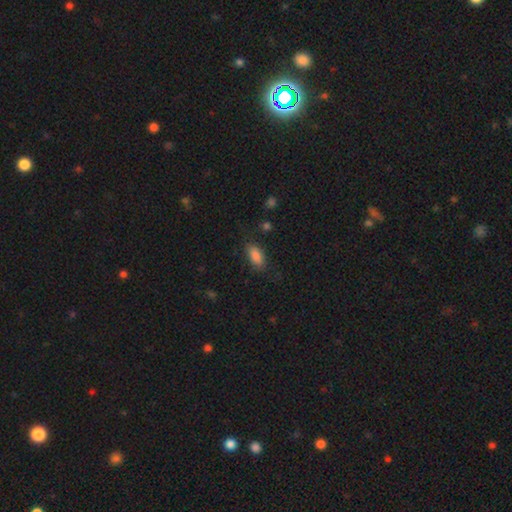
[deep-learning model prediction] Q: Smooth or featured?
A: smooth (87%); runner-up: star or artifact (8%)
Q: How rounded?
A: in between (88%); runner-up: cigar-shaped (9%)
Q: Merging?
A: none (78%); runner-up: minor disturbance (15%)